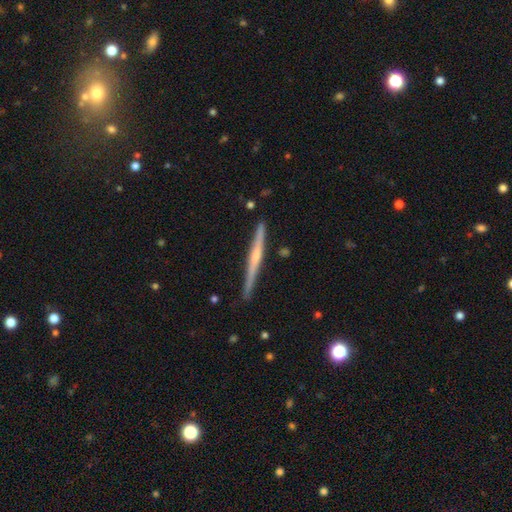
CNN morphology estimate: Q: Smooth or featured?
A: featured or disk (69%); runner-up: smooth (26%)
Q: Edge-on disk?
A: yes (98%); runner-up: no (2%)
Q: Edge-on bulge?
A: rounded (60%); runner-up: none (30%)
Q: Merging?
A: none (88%); runner-up: minor disturbance (9%)